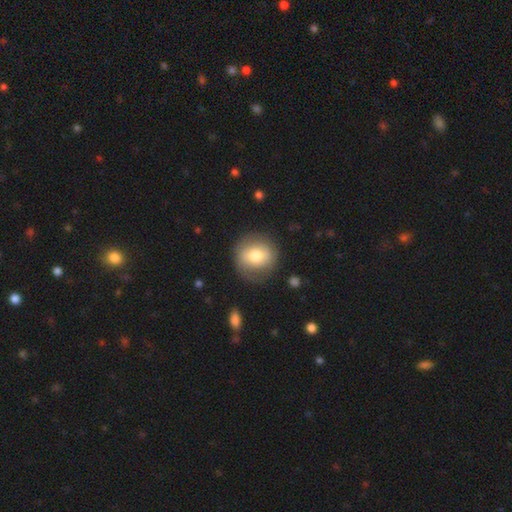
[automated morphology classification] The model was most divided on "smooth or featured": smooth: 66%, featured or disk: 26%, star or artifact: 8%. More confident: how rounded — round (85%); merging — none (78%).